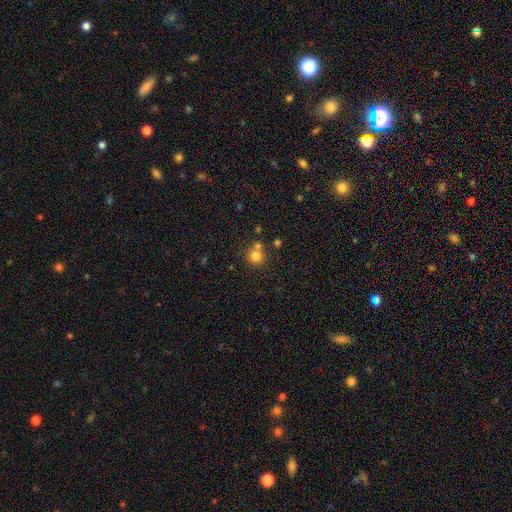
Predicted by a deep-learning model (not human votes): A smooth galaxy with no disk features (79%) that is round (91%).

Vote fractions:
- Smooth or featured? smooth: 79% / star or artifact: 14% / featured or disk: 7%
- How rounded? round: 91% / in between: 8% / cigar-shaped: 1%
- Merging? none: 64% / merger: 24% / minor disturbance: 8% / major disturbance: 3%